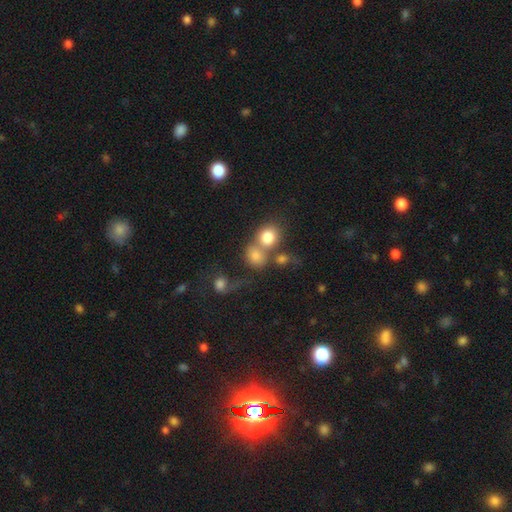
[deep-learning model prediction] Smooth or featured: smooth — 76% (star or artifact — 13%)
How rounded: round — 70% (in between — 29%)
Merging: merger — 50% (none — 32%)